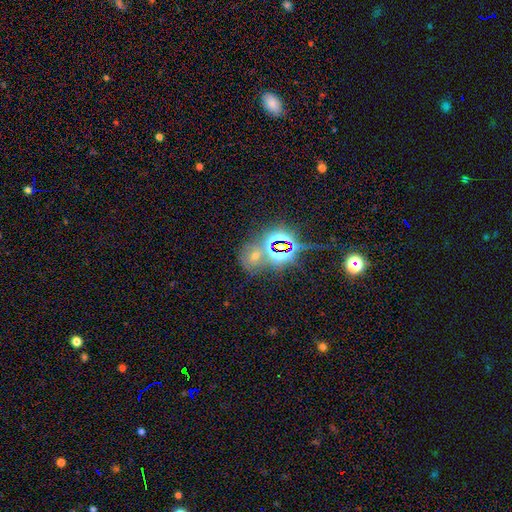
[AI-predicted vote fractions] Smooth or featured? star or artifact (66%)